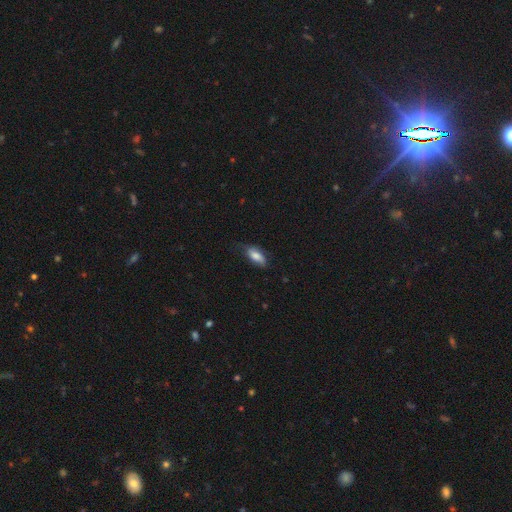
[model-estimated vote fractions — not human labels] Smooth or featured? Predicted: smooth (p=0.76). How rounded? Predicted: in between (p=0.84). Merging? Predicted: none (p=0.63).